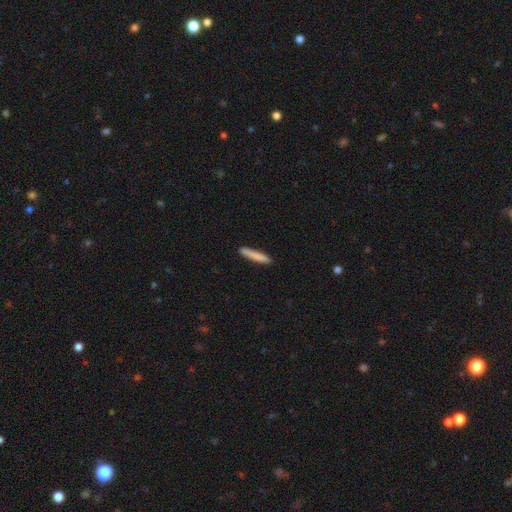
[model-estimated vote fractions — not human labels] Morphology: type=smooth (84%); roundness=cigar-shaped (93%); merging=none (88%).